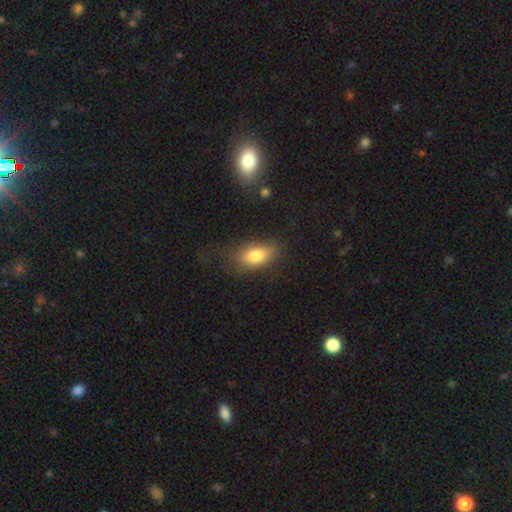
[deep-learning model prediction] Smooth or featured? smooth (79%)
How rounded? in between (89%)
Merging? none (69%)